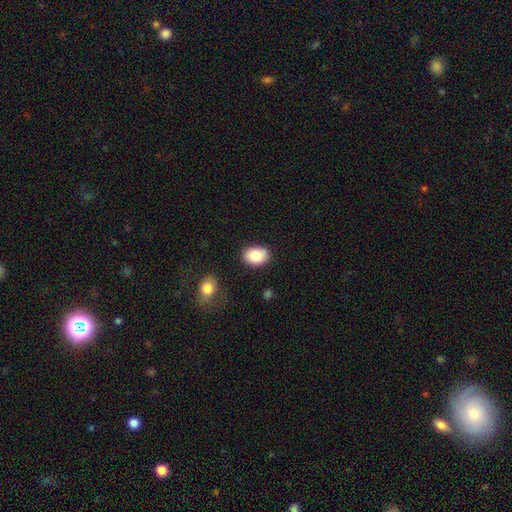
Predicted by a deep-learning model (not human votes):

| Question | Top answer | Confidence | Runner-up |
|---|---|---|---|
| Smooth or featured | smooth | 85% | star or artifact (8%) |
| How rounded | in between | 77% | round (22%) |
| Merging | none | 85% | minor disturbance (10%) |